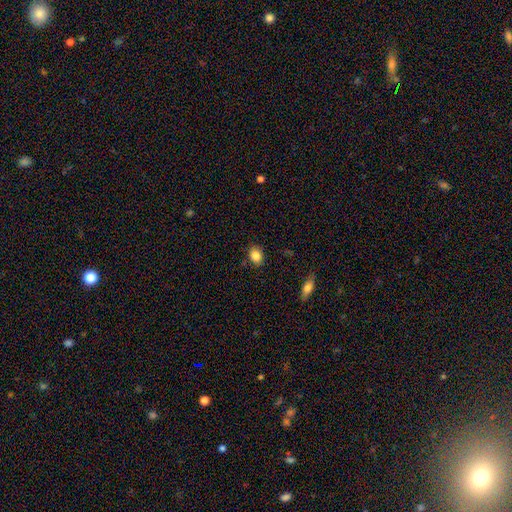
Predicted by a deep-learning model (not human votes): This is clearly a smooth galaxy (85%). How rounded: likely in between (60%). Merging: clearly none (84%).